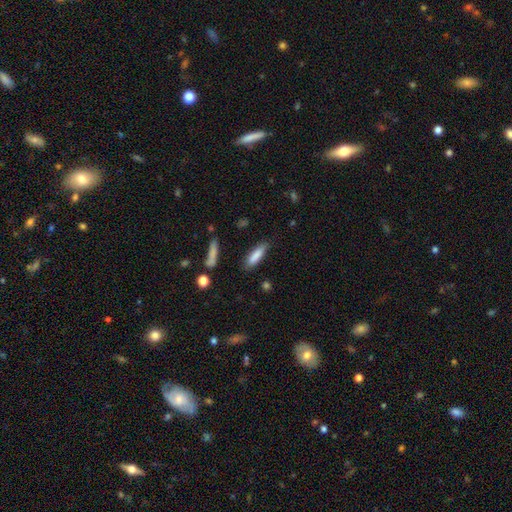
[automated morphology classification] Overall: smooth (83%). How rounded: cigar-shaped (64%; in between 34%). Merging: none (76%).